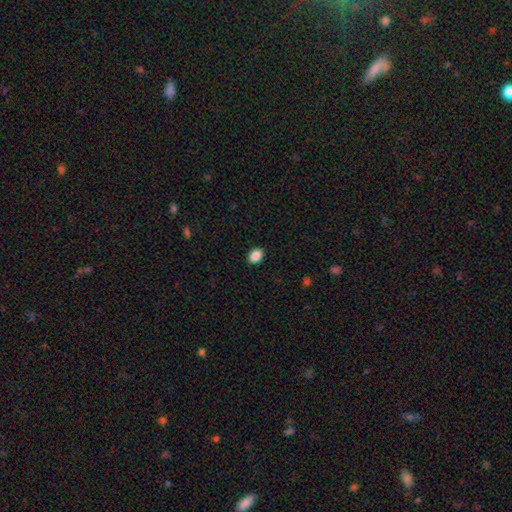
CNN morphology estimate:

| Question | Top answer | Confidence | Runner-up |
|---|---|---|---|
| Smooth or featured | smooth | 89% | star or artifact (8%) |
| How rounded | in between | 79% | round (20%) |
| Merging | none | 90% | minor disturbance (7%) |